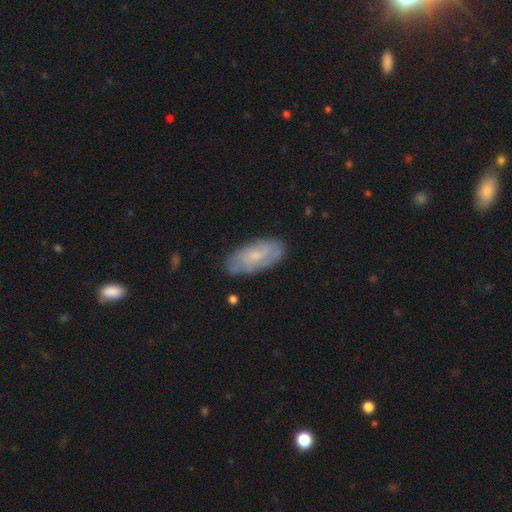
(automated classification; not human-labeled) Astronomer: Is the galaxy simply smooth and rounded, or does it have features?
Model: featured or disk — 55% (runner-up: smooth, 37%).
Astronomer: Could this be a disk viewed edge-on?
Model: no — 91%.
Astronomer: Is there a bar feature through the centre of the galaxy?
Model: no — 62%.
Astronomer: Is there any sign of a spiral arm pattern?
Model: yes — 82%.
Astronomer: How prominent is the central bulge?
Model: small — 59%.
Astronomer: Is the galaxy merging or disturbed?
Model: none — 79%.